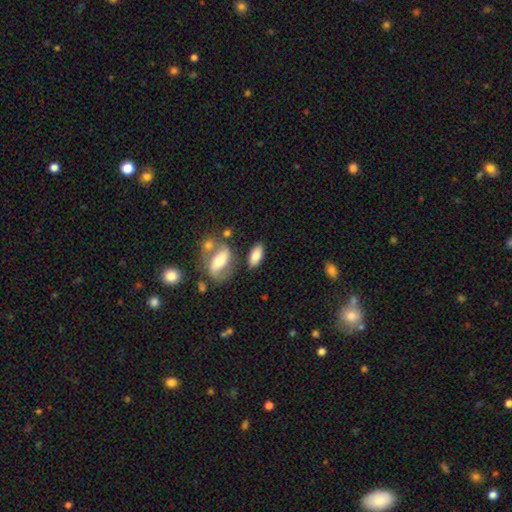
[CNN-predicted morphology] smooth-or-featured: smooth: 78% | featured or disk: 15% | star or artifact: 7%
  how-rounded: in between: 88% | cigar-shaped: 8% | round: 4%
  merging: none: 75% | minor disturbance: 12% | merger: 9% | major disturbance: 4%